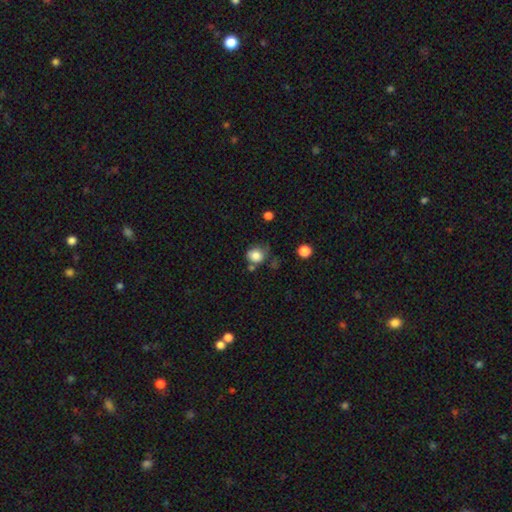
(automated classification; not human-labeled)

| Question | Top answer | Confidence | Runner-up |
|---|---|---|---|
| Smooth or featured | smooth | 81% | star or artifact (10%) |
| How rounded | round | 79% | in between (21%) |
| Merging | none | 54% | minor disturbance (27%) |